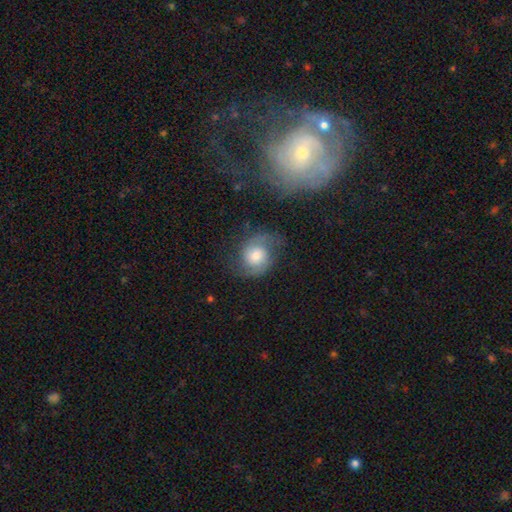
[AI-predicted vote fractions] Smooth or featured? Predicted: featured or disk (p=0.65). Edge-on disk? Predicted: no (p=0.97). Bar? Predicted: no (p=0.71). Spiral arms? Predicted: yes (p=0.92). Spiral winding? Predicted: medium (p=0.47). Spiral arm count? Predicted: 2 (p=0.86). Bulge size? Predicted: moderate (p=0.58). Merging? Predicted: none (p=0.63).